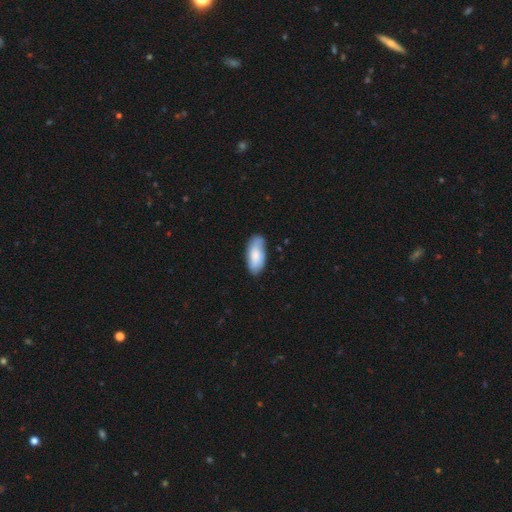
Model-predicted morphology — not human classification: smooth_or_featured: smooth (p=0.75) [alt: featured or disk p=0.19]
how_rounded: in between (p=0.89) [alt: cigar-shaped p=0.09]
merging: none (p=0.79) [alt: minor disturbance p=0.17]